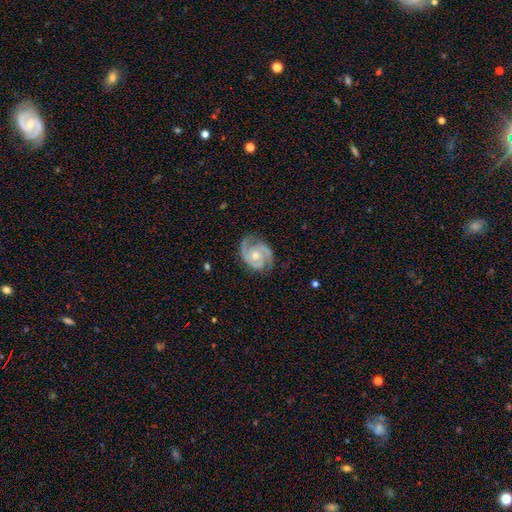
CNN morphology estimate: A featured or disk galaxy (92%) with no bar (73%), 2 (86%) tight (55%) spiral arms (98%) and a moderate central bulge (54%).

Vote fractions:
- Smooth or featured? featured or disk: 92% / smooth: 4% / star or artifact: 4%
- Edge-on disk? no: 98% / yes: 2%
- Bar? no: 73% / weak: 22% / strong: 5%
- Spiral arms? yes: 98% / no: 2%
- Spiral winding? tight: 55% / medium: 39% / loose: 5%
- Spiral arm count? 2: 86% / 3: 7% / can't tell: 3% / 1: 2% / 4: 1% / more than 4: 1%
- Bulge size? moderate: 54% / small: 42% / large: 2% / none: 1% / dominant: 1%
- Merging? none: 78% / minor disturbance: 16% / major disturbance: 4% / merger: 1%